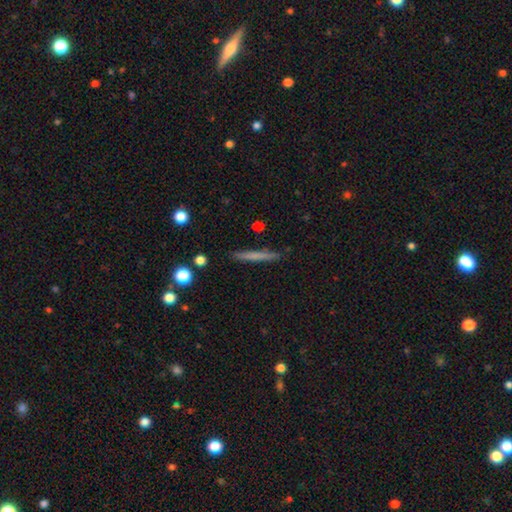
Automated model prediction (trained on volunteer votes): A smooth galaxy with no disk features (63%) that is cigar-shaped (96%).

Vote fractions:
- Smooth or featured? smooth: 63% / featured or disk: 31% / star or artifact: 6%
- How rounded? cigar-shaped: 96% / in between: 2% / round: 2%
- Merging? none: 90% / minor disturbance: 7% / major disturbance: 1% / merger: 1%